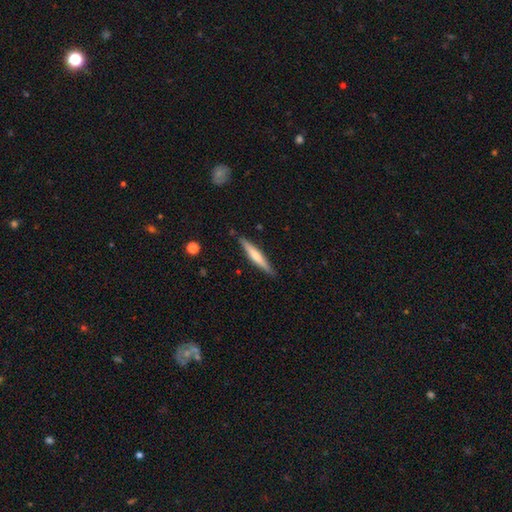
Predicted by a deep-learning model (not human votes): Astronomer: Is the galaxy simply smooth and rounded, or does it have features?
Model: smooth — 49% (runner-up: featured or disk, 46%).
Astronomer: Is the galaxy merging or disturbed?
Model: none — 87%.